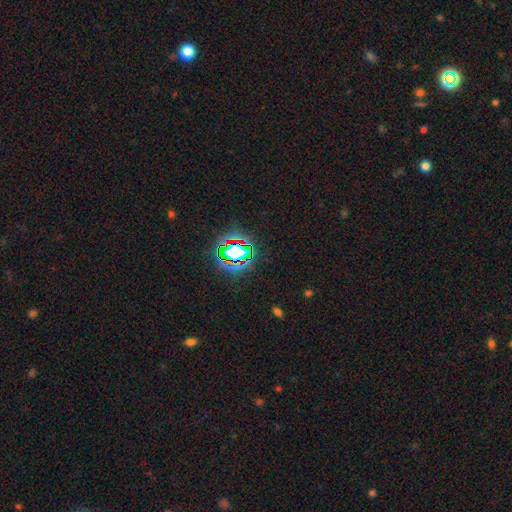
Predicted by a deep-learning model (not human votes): This is likely a star or artifact rather than a galaxy (79%).